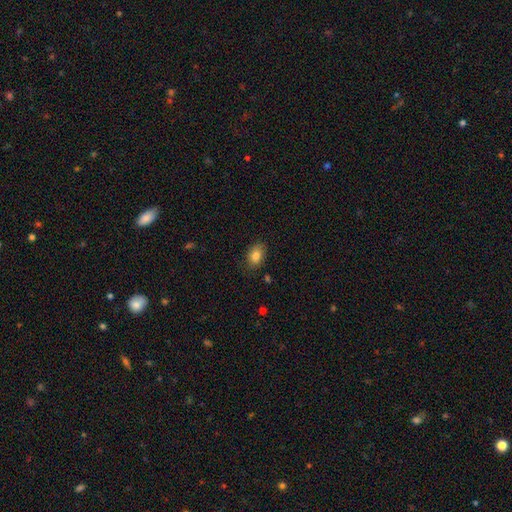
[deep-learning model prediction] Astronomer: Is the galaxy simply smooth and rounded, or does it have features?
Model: smooth — 83%.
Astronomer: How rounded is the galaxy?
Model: in between — 82%.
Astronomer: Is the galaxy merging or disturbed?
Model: none — 79%.